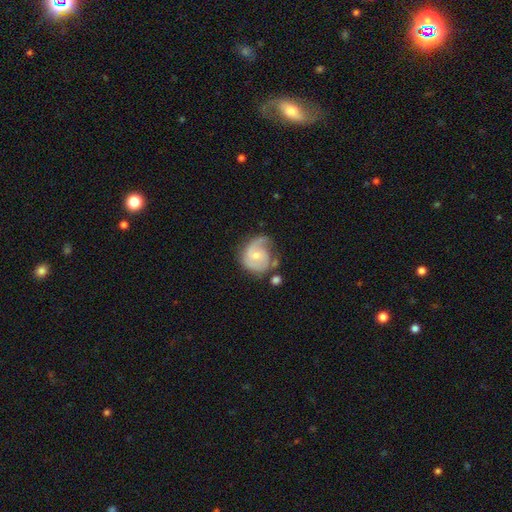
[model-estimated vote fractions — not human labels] A featured or disk galaxy (72%) with no bar (62%), 2 (43%) medium (41%) spiral arms (89%) and a small central bulge (55%).

Vote fractions:
- Smooth or featured? featured or disk: 72% / smooth: 22% / star or artifact: 6%
- Edge-on disk? no: 98% / yes: 2%
- Bar? no: 62% / weak: 33% / strong: 5%
- Spiral arms? yes: 89% / no: 11%
- Spiral winding? medium: 41% / tight: 36% / loose: 23%
- Spiral arm count? 2: 43% / 1: 35% / can't tell: 14% / 3: 5% / 4: 1% / more than 4: 1%
- Bulge size? small: 55% / moderate: 40% / none: 2% / large: 2% / dominant: 1%
- Merging? none: 47% / minor disturbance: 27% / major disturbance: 19% / merger: 7%